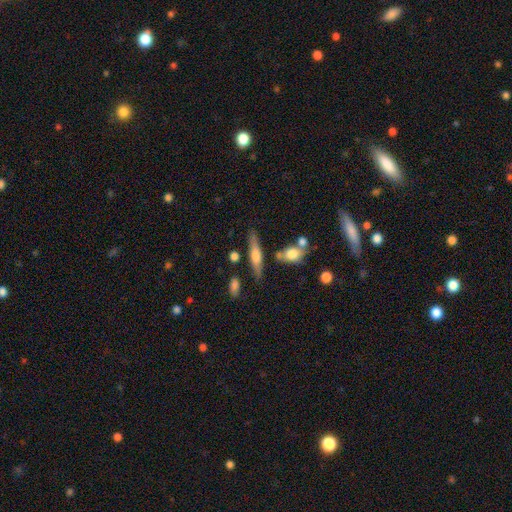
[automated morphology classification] Smooth or featured?
  - smooth: 49% *
  - featured or disk: 44%
  - star or artifact: 7%
Merging?
  - none: 73% *
  - minor disturbance: 14%
  - merger: 9%
  - major disturbance: 4%